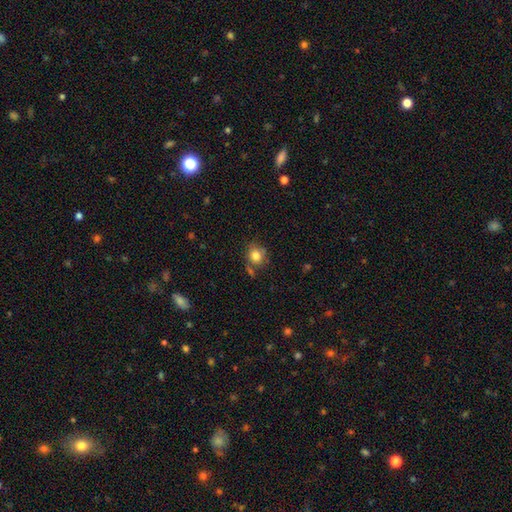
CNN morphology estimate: Smooth or featured? smooth (81%)
How rounded? round (76%)
Merging? none (66%)